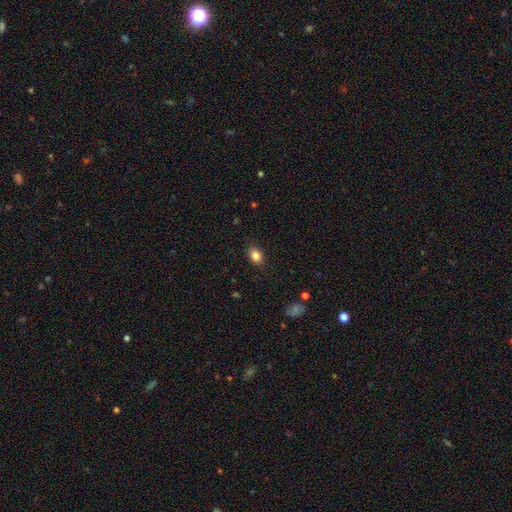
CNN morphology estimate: type=smooth (84%); roundness=in between (72%); merging=none (85%).